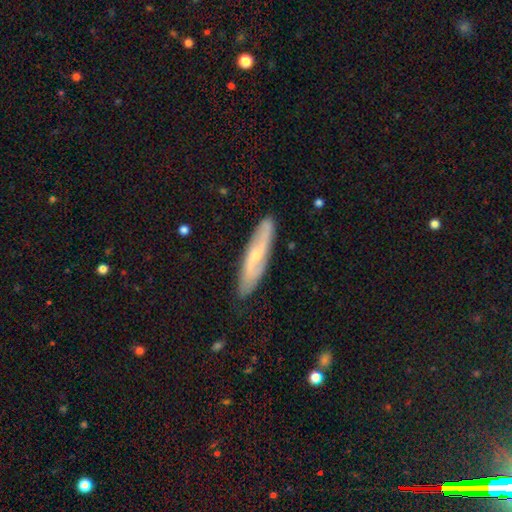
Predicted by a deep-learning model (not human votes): smooth_or_featured: featured or disk (p=0.69) [alt: smooth p=0.25]
disk_edge_on: no (p=0.66) [alt: yes p=0.34]
merging: none (p=0.84) [alt: minor disturbance p=0.12]